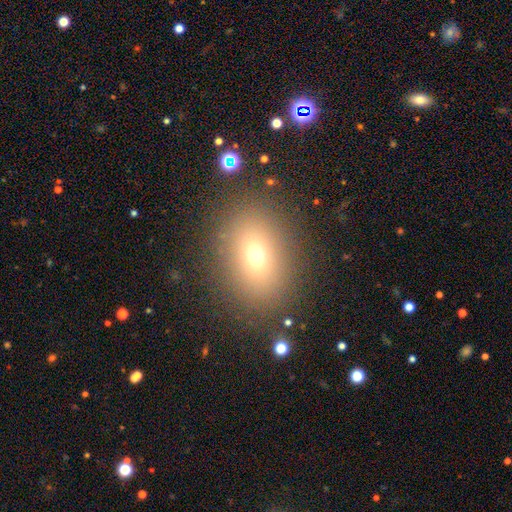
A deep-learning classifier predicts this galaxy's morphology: Q: Smooth or featured?
A: smooth (67%); runner-up: star or artifact (20%)
Q: How rounded?
A: in between (56%); runner-up: round (42%)
Q: Merging?
A: none (84%); runner-up: minor disturbance (9%)